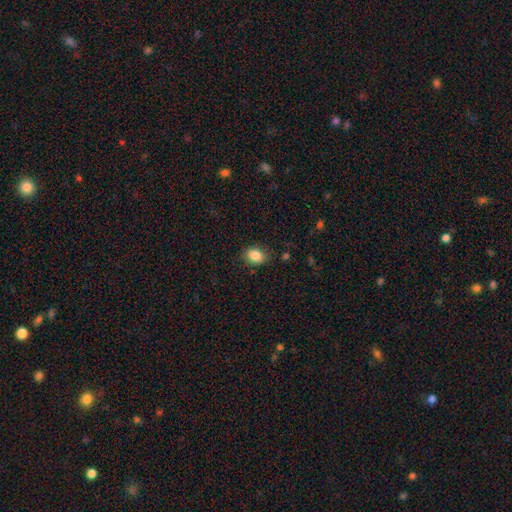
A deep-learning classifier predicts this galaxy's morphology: smooth_or_featured: smooth (p=0.86) [alt: star or artifact p=0.09]
how_rounded: in between (p=0.61) [alt: round p=0.38]
merging: none (p=0.83) [alt: minor disturbance p=0.13]